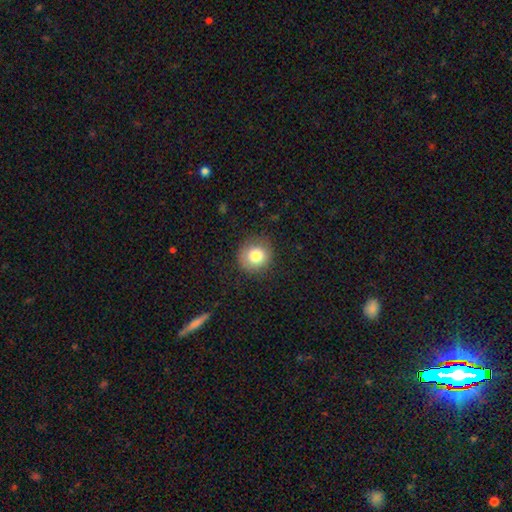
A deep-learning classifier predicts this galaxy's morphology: smooth_or_featured: smooth (p=0.80) [alt: star or artifact p=0.10]
how_rounded: round (p=0.90) [alt: in between p=0.09]
merging: none (p=0.85) [alt: minor disturbance p=0.10]